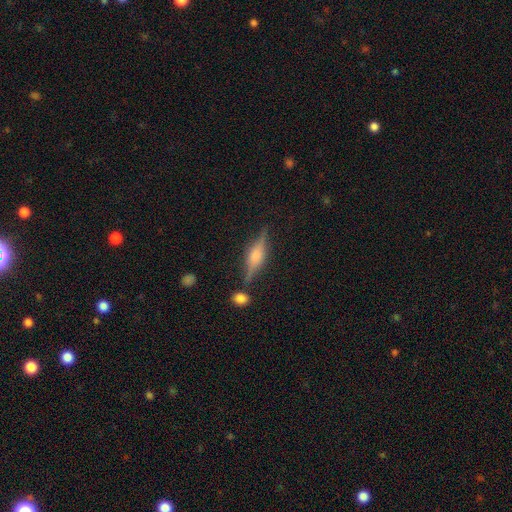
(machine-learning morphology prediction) Overall: featured or disk (71%). Edge-on disk: yes (96%). Edge-on bulge: rounded (80%). Merging: none (80%).